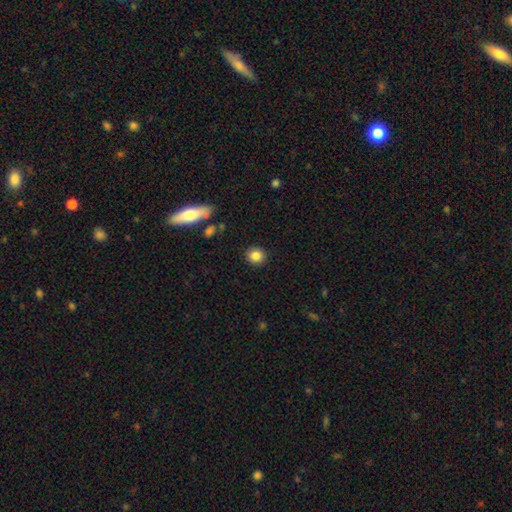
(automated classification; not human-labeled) Smooth or featured? Predicted: smooth (p=0.85). How rounded? Predicted: round (p=0.81). Merging? Predicted: none (p=0.90).